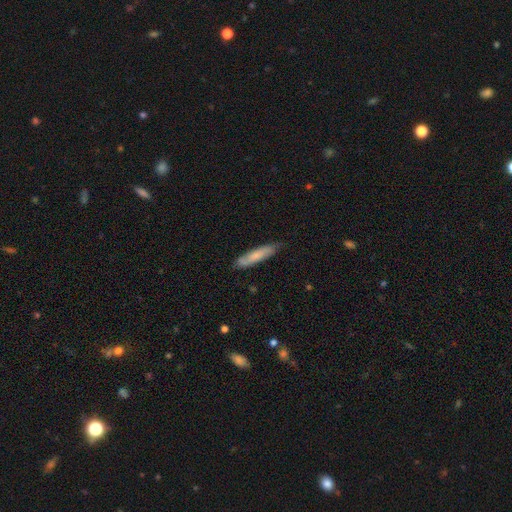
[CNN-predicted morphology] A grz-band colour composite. It shows a smooth galaxy with no disk features (67%) that is cigar-shaped (83%). Merging: none (78%).